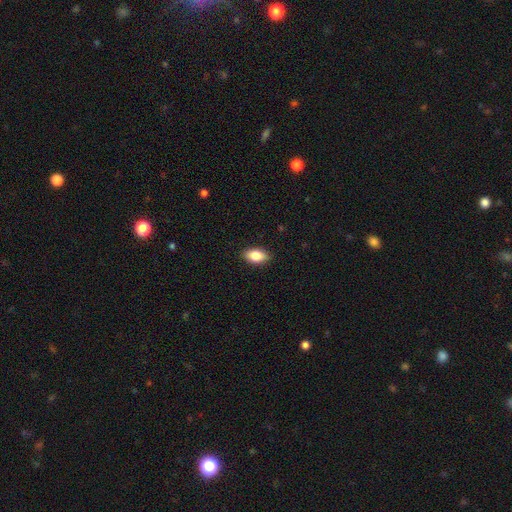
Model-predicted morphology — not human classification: type=smooth (83%); roundness=in between (90%); merging=none (88%).